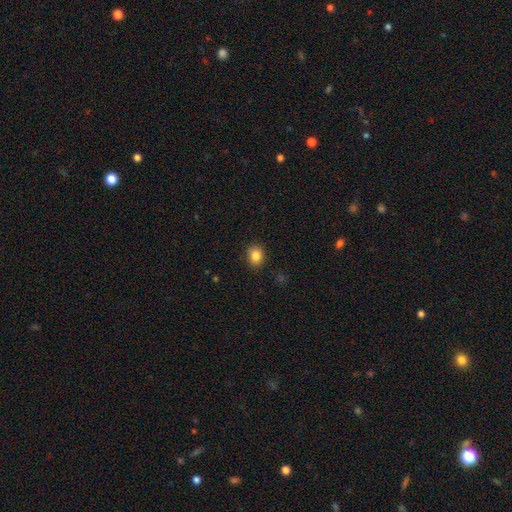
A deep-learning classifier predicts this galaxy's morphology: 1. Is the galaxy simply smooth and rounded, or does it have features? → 84% smooth, 10% star or artifact, 5% featured or disk.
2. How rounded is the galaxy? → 55% round, 44% in between, 1% cigar-shaped.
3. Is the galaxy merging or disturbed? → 88% none, 8% minor disturbance, 2% major disturbance, 1% merger.